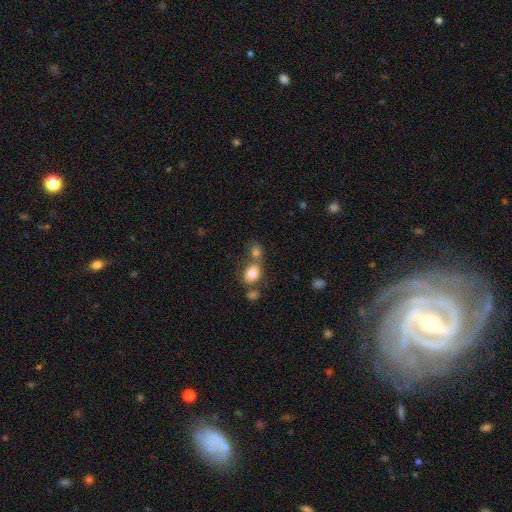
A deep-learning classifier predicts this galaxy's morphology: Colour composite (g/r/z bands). It shows a smooth galaxy with no disk features (79%) that is in between round and cigar-shaped (56%). Merging: none (45%).